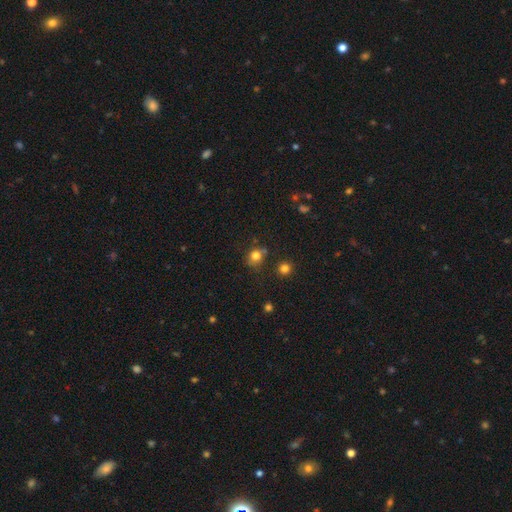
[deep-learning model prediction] Smooth or featured? Predicted: smooth (p=0.78). How rounded? Predicted: round (p=0.78). Merging? Predicted: none (p=0.70).